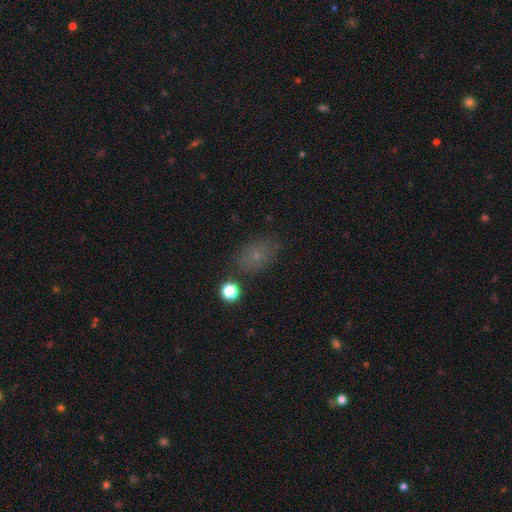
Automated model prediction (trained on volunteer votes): The model was most divided on "how rounded": in between: 70%, round: 28%, cigar-shaped: 2%. More confident: merging — none (76%); smooth or featured — smooth (65%).